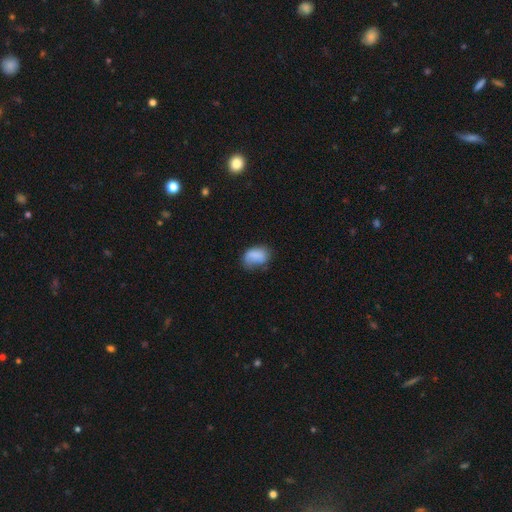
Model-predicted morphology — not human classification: Smooth or featured?
  - smooth: 79% *
  - featured or disk: 13%
  - star or artifact: 8%
How rounded?
  - in between: 83% *
  - round: 15%
  - cigar-shaped: 1%
Merging?
  - none: 47% *
  - minor disturbance: 35%
  - major disturbance: 15%
  - merger: 3%